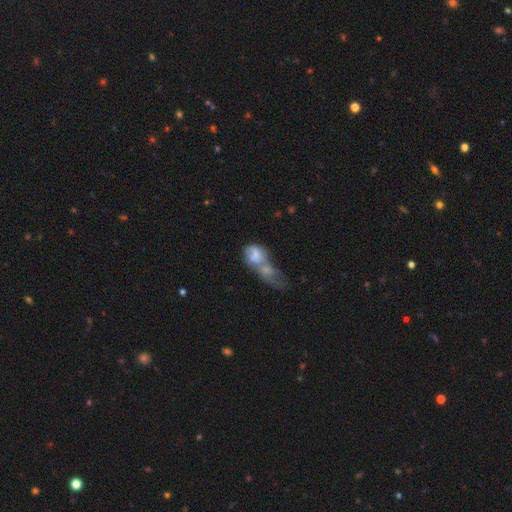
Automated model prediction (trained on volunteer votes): Overall: smooth (57%; featured or disk 34%). How rounded: in between (67%; round 28%). Merging: merger (72%).